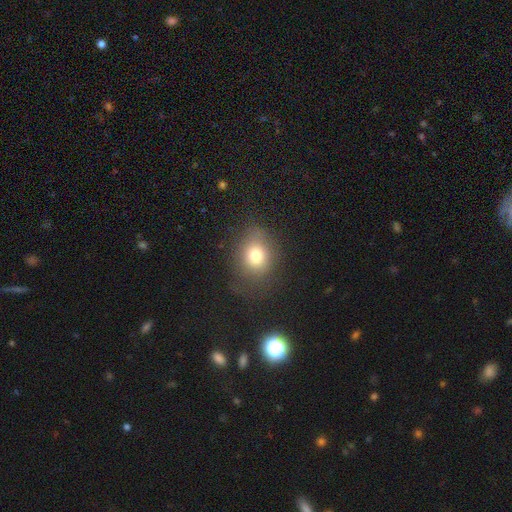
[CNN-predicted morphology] type=smooth (75%); roundness=round (58%); merging=none (70%).